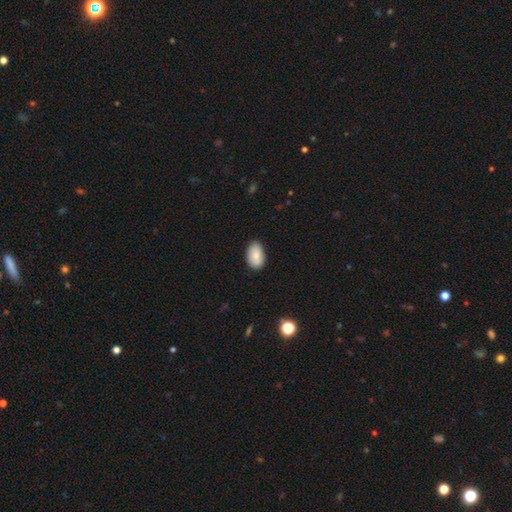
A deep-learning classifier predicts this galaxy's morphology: A smooth galaxy with no disk features (82%) that is in between round and cigar-shaped (92%).

Vote fractions:
- Smooth or featured? smooth: 82% / featured or disk: 11% / star or artifact: 7%
- How rounded? in between: 92% / round: 7% / cigar-shaped: 1%
- Merging? none: 83% / minor disturbance: 14% / major disturbance: 2% / merger: 1%